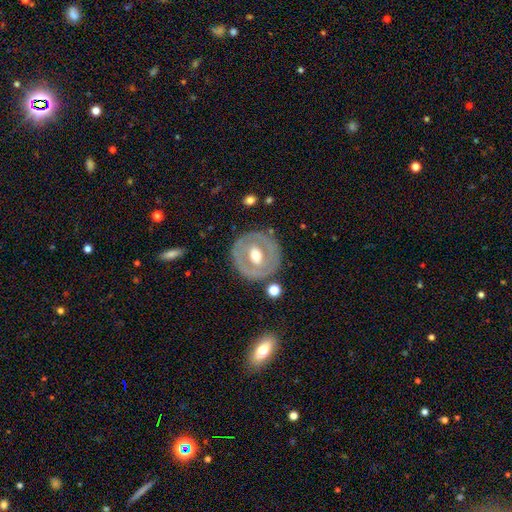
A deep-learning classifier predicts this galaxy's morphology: Smooth or featured?
  - featured or disk: 62% *
  - smooth: 32%
  - star or artifact: 5%
Edge-on disk?
  - no: 94% *
  - yes: 6%
Bar?
  - no: 43% *
  - weak: 36%
  - strong: 21%
Spiral arms?
  - no: 79% *
  - yes: 21%
Bulge size?
  - moderate: 74% *
  - small: 14%
  - large: 9%
  - dominant: 1%
  - none: 1%
Merging?
  - none: 80% *
  - minor disturbance: 12%
  - major disturbance: 5%
  - merger: 3%